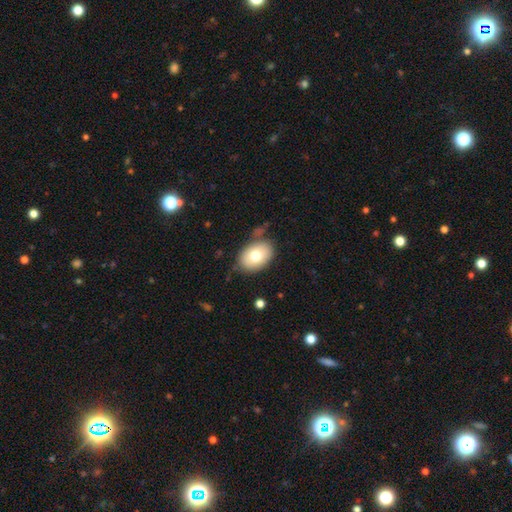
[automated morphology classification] This is likely a smooth galaxy (74%). How rounded: likely in between (80%). Merging: likely none (75%).